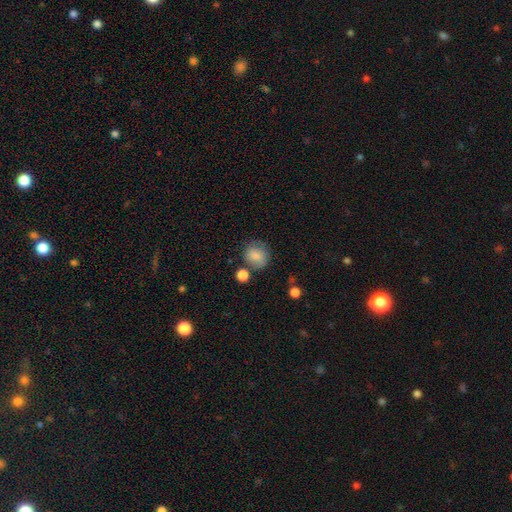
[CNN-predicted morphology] type=smooth (80%); roundness=round (82%); merging=none (66%).